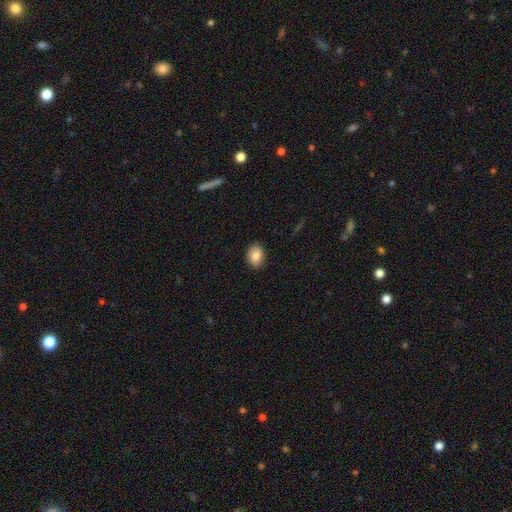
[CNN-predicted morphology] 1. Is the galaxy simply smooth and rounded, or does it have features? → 85% smooth, 8% star or artifact, 7% featured or disk.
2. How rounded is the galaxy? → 72% in between, 27% round, 1% cigar-shaped.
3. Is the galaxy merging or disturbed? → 88% none, 9% minor disturbance, 2% major disturbance, 1% merger.